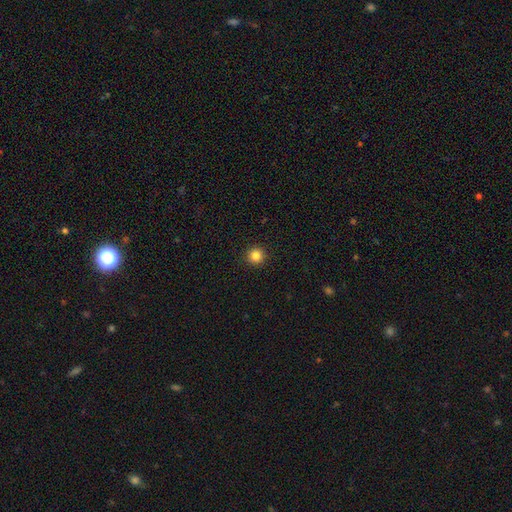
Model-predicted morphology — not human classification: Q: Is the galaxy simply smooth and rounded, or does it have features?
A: smooth — 84%.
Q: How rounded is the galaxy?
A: round — 96%.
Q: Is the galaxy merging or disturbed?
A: none — 93%.